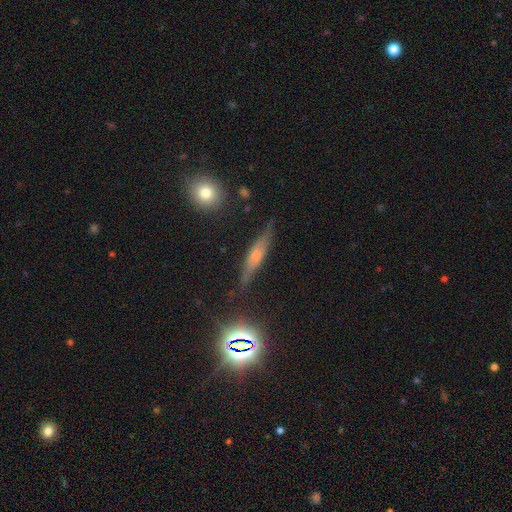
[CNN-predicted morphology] smooth-or-featured: featured or disk: 50% | smooth: 37% | star or artifact: 13%
  merging: none: 77% | minor disturbance: 17% | major disturbance: 4% | merger: 2%